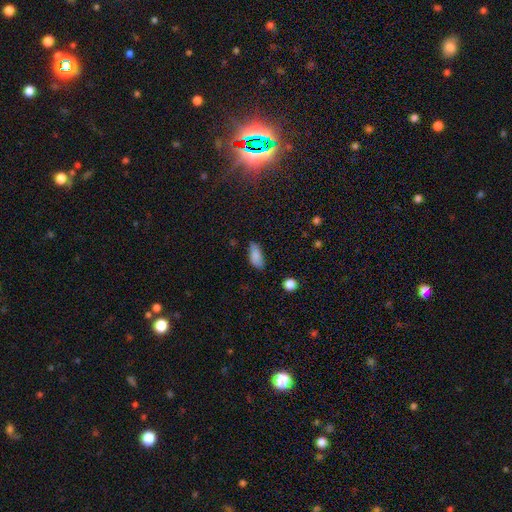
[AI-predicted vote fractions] Smooth or featured?
  - smooth: 86% *
  - star or artifact: 8%
  - featured or disk: 6%
How rounded?
  - in between: 85% *
  - cigar-shaped: 12%
  - round: 3%
Merging?
  - none: 67% *
  - minor disturbance: 26%
  - major disturbance: 5%
  - merger: 2%